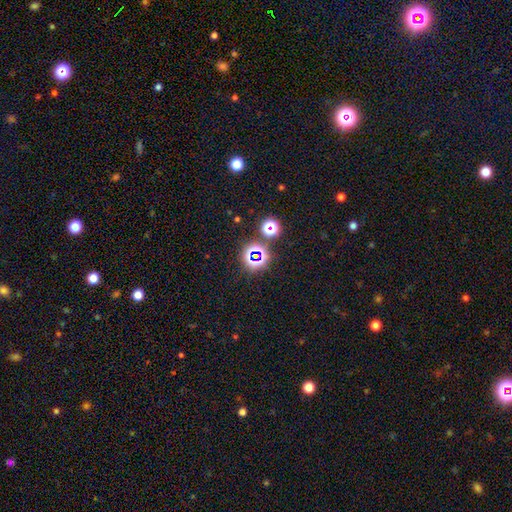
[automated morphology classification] smooth_or_featured: star or artifact (p=0.72) [alt: smooth p=0.20]